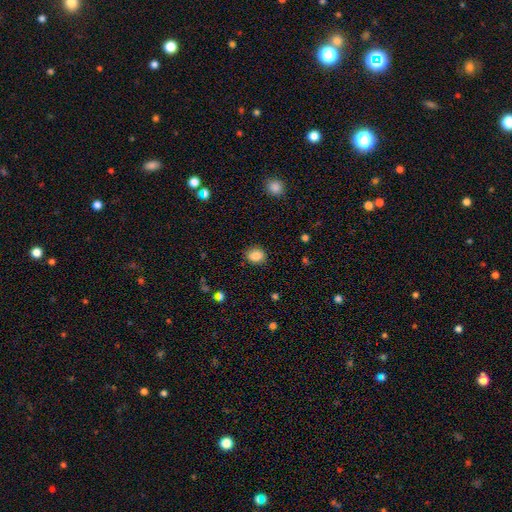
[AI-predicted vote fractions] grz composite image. It shows a smooth galaxy with no disk features (86%) that is round (51%). Merging: none (86%).